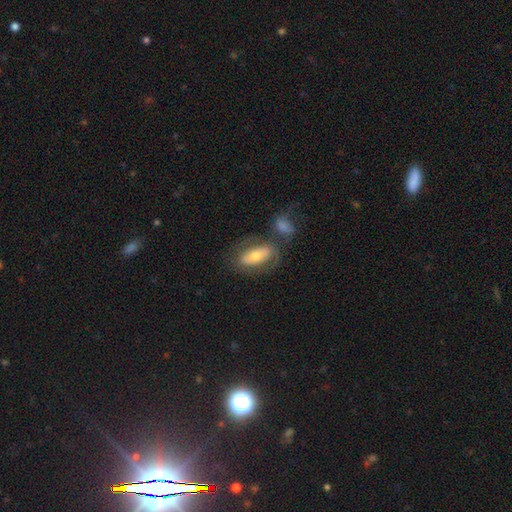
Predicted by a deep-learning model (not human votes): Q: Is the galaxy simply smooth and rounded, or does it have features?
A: featured or disk — 47%.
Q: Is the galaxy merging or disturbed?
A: none — 48%.